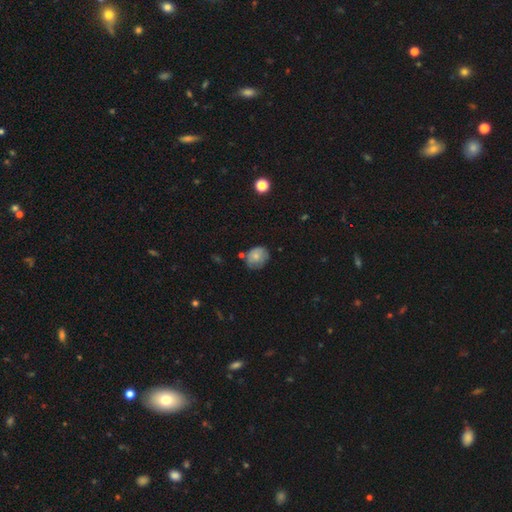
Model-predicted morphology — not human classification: smooth 67%, featured or disk 24%, star or artifact 8%. Down the decision tree: how rounded — round (60%); merging — none (59%).